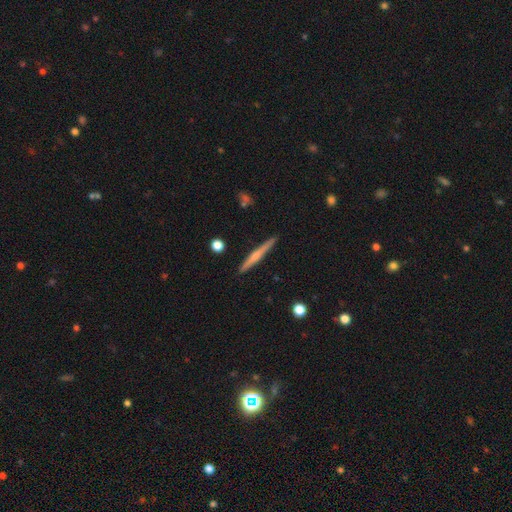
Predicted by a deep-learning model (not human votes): This appears to be a featured or disk galaxy (54%) viewed edge-on (97%) with a rounded central bulge (57%). Merging: none (90%).